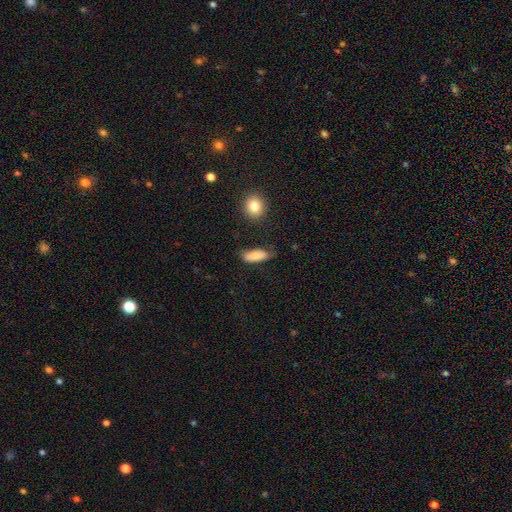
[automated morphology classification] Overall: smooth (82%). How rounded: in between (68%; cigar-shaped 29%). Merging: none (64%; minor disturbance 27%).